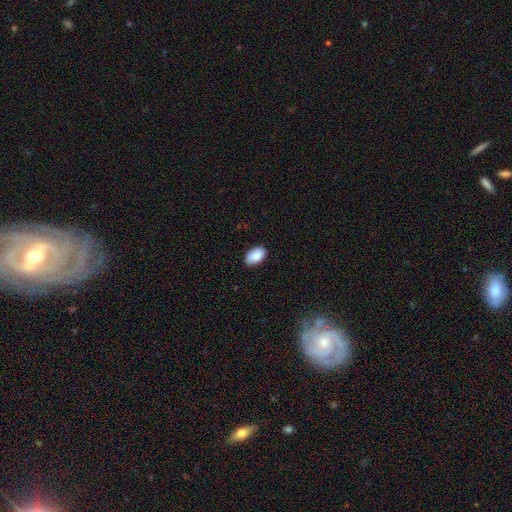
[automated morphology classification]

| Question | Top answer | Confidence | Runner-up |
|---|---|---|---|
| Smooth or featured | smooth | 90% | star or artifact (6%) |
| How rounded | in between | 94% | round (5%) |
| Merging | none | 85% | minor disturbance (12%) |